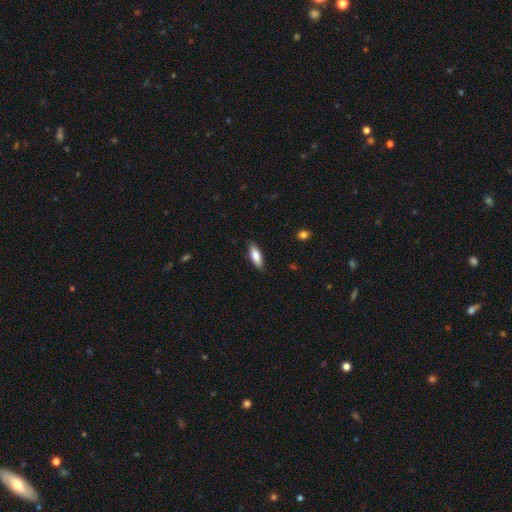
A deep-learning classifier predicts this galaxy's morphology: Overall: smooth (80%). How rounded: in between (64%; cigar-shaped 34%). Merging: none (87%).